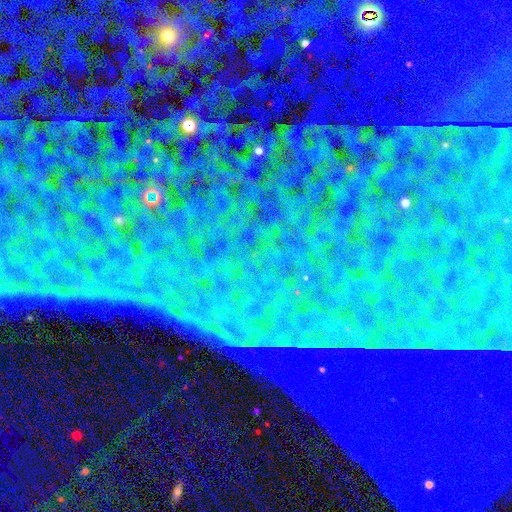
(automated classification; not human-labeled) Smooth or featured: star or artifact — 86% (featured or disk — 8%)